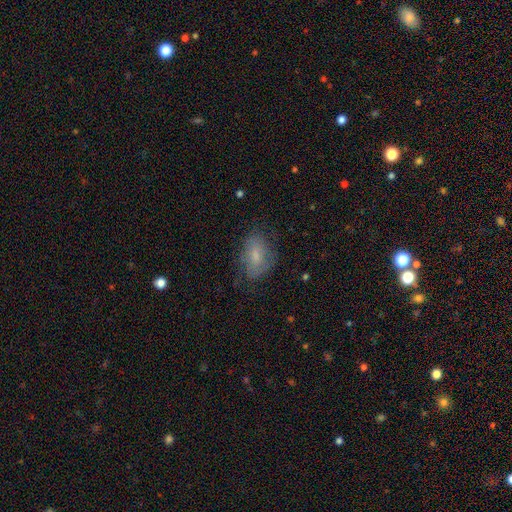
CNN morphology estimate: The model was most divided on "smooth or featured": smooth: 63%, featured or disk: 29%, star or artifact: 8%. More confident: how rounded — in between (87%); merging — none (66%).